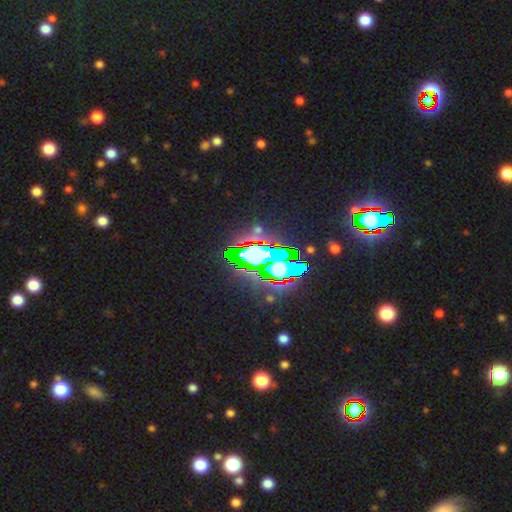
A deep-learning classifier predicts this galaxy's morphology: Smooth or featured? Predicted: star or artifact (p=0.76).